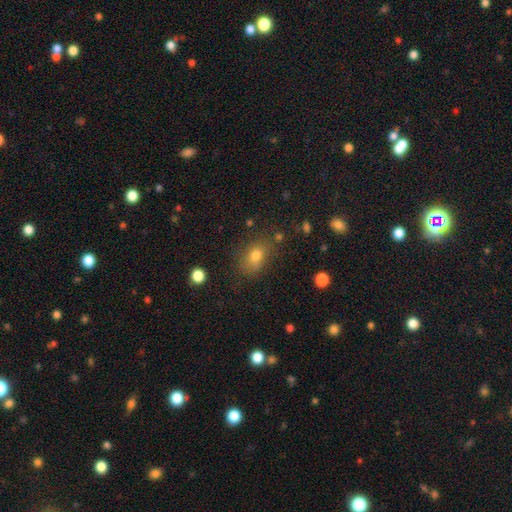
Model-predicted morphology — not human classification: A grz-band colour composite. It shows a smooth galaxy with no disk features (74%) that is in between round and cigar-shaped (66%). Merging: none (68%).